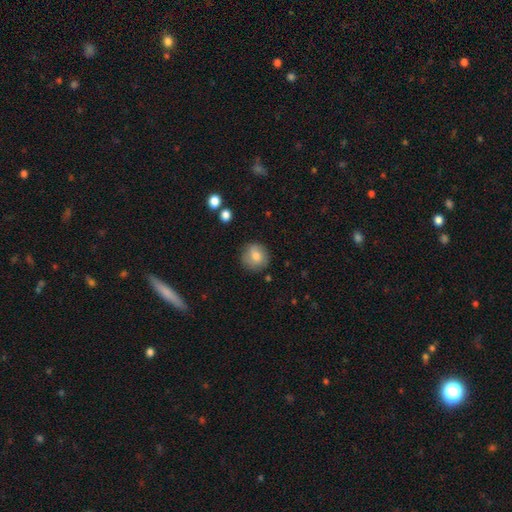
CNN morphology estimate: A smooth galaxy with no disk features (77%) that is round (90%). Merging: none (81%).